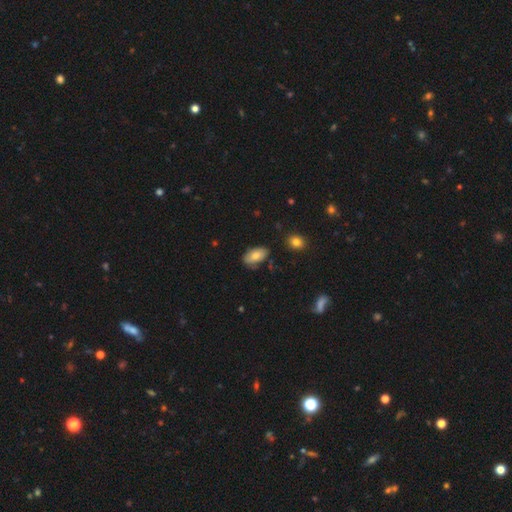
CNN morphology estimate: Smooth or featured? Predicted: smooth (p=0.72). How rounded? Predicted: in between (p=0.92). Merging? Predicted: none (p=0.71).